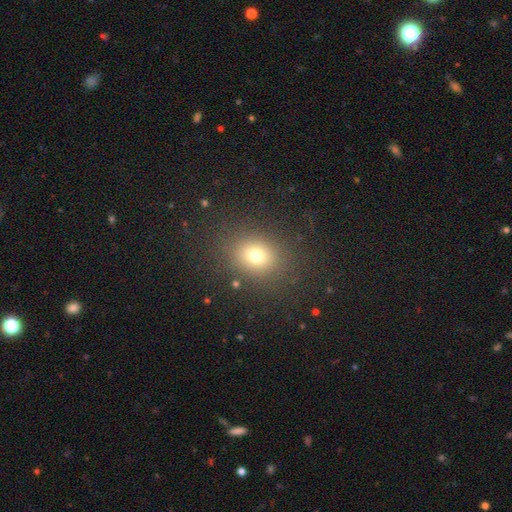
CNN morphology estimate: smooth-or-featured: smooth: 72% | star or artifact: 17% | featured or disk: 11%
  how-rounded: round: 54% | in between: 45% | cigar-shaped: 1%
  merging: none: 84% | minor disturbance: 9% | major disturbance: 5% | merger: 2%